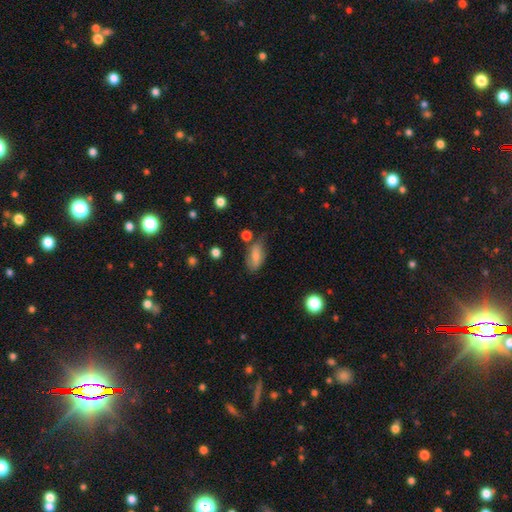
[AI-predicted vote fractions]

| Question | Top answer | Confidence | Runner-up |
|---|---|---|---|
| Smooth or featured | smooth | 77% | featured or disk (15%) |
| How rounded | in between | 88% | cigar-shaped (7%) |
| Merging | none | 53% | minor disturbance (31%) |